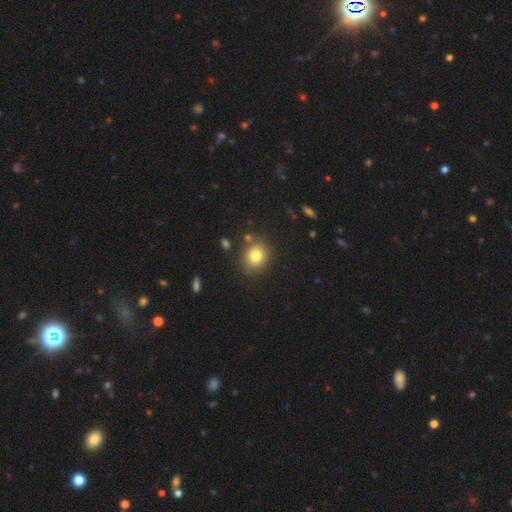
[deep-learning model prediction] smooth-or-featured: smooth: 80% | star or artifact: 11% | featured or disk: 9%
  how-rounded: round: 70% | in between: 29% | cigar-shaped: 1%
  merging: none: 78% | minor disturbance: 13% | merger: 6% | major disturbance: 3%